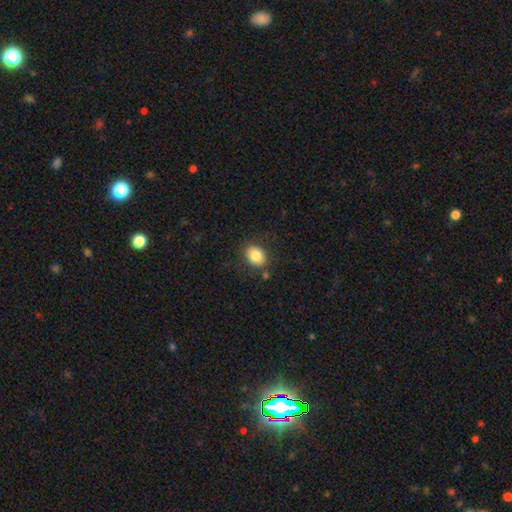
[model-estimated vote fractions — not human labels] Smooth or featured? smooth (83%)
How rounded? in between (59%)
Merging? none (83%)